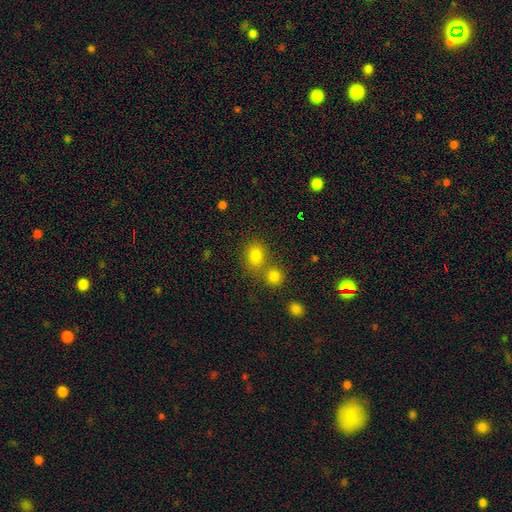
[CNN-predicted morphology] Smooth or featured?
  - smooth: 79% *
  - star or artifact: 14%
  - featured or disk: 7%
How rounded?
  - round: 59% *
  - in between: 39%
  - cigar-shaped: 1%
Merging?
  - none: 51% *
  - merger: 36%
  - minor disturbance: 9%
  - major disturbance: 4%